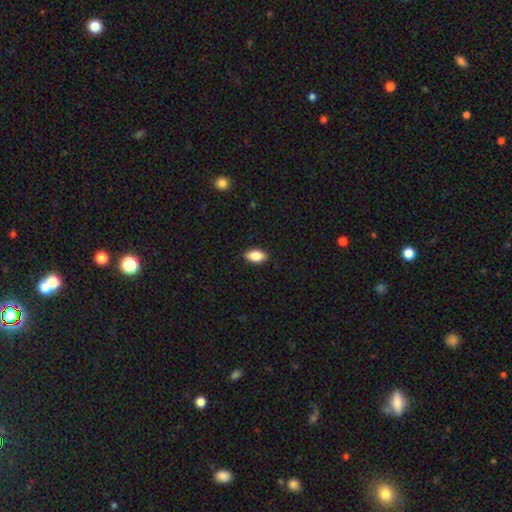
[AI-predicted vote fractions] A smooth galaxy with no disk features (84%) that is in between round and cigar-shaped (91%). Merging: none (89%).